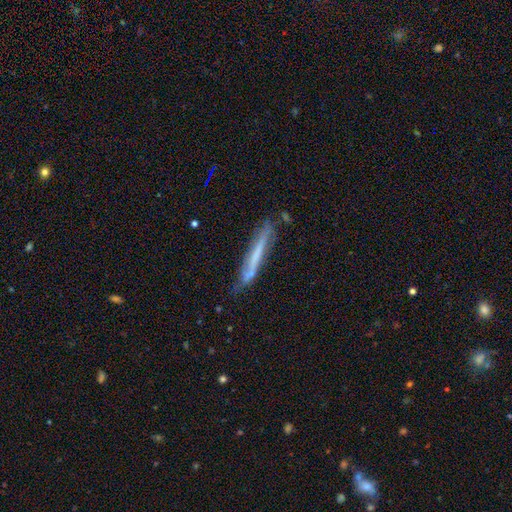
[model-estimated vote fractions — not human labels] This is possibly a featured or disk galaxy (50%). Merging: likely none (69%).